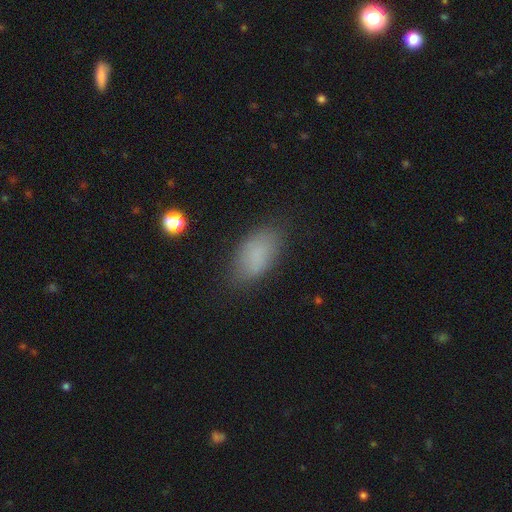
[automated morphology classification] This is clearly a smooth galaxy (83%). How rounded: clearly in between (92%). Merging: likely none (80%).